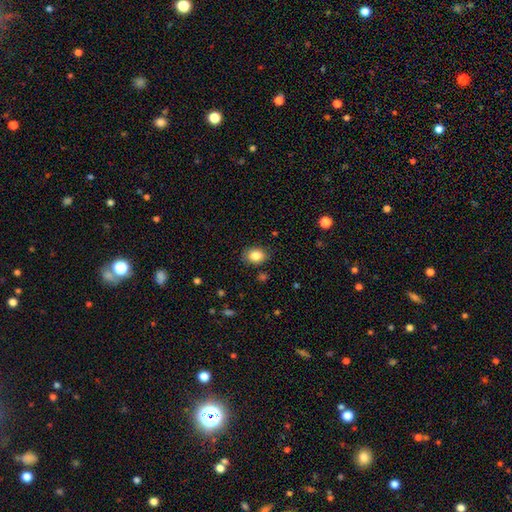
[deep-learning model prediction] Smooth or featured?
  - smooth: 85% *
  - star or artifact: 8%
  - featured or disk: 6%
How rounded?
  - in between: 68% *
  - round: 31%
  - cigar-shaped: 1%
Merging?
  - none: 82% *
  - minor disturbance: 13%
  - major disturbance: 3%
  - merger: 2%